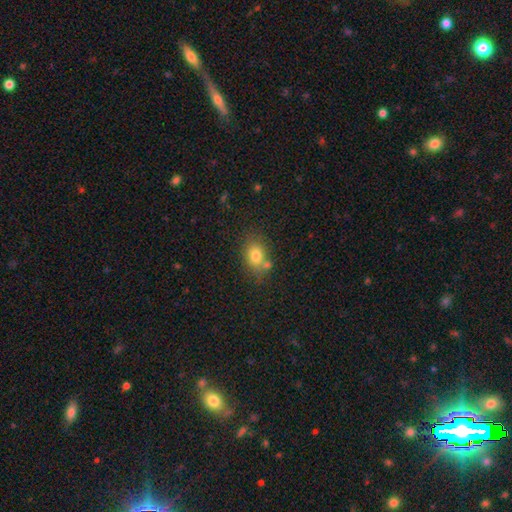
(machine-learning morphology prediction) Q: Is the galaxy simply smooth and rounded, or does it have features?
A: smooth — 78%.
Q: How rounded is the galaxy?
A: in between — 63%.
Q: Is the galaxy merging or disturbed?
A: none — 61%.